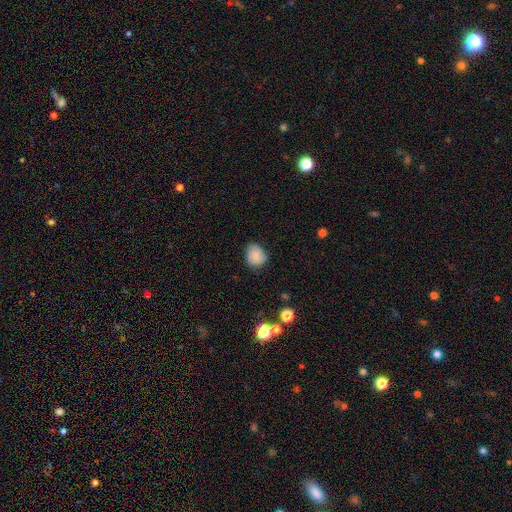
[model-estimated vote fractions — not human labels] Overall: smooth (71%). How rounded: round (71%). Merging: none (68%).